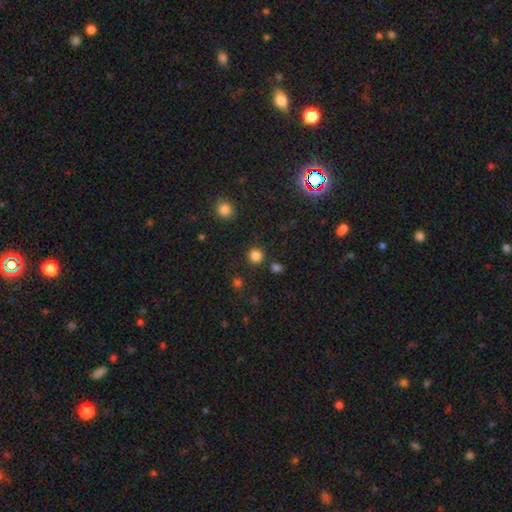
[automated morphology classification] smooth_or_featured: smooth (p=0.83) [alt: star or artifact p=0.14]
how_rounded: round (p=0.90) [alt: in between p=0.09]
merging: none (p=0.86) [alt: minor disturbance p=0.07]